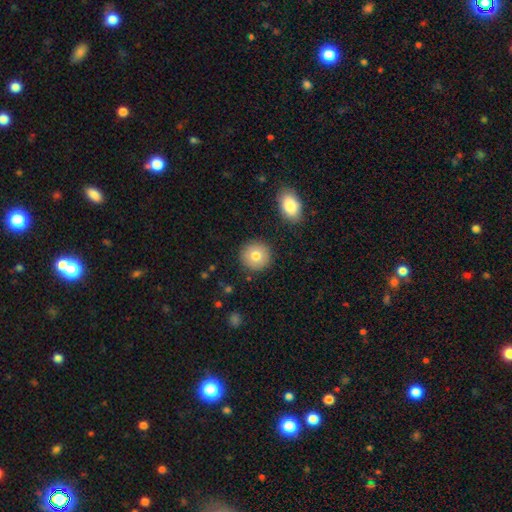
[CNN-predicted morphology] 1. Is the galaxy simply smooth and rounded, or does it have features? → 79% smooth, 13% featured or disk, 9% star or artifact.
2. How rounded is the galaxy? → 94% round, 5% in between, 1% cigar-shaped.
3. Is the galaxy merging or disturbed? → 89% none, 6% minor disturbance, 2% merger, 2% major disturbance.